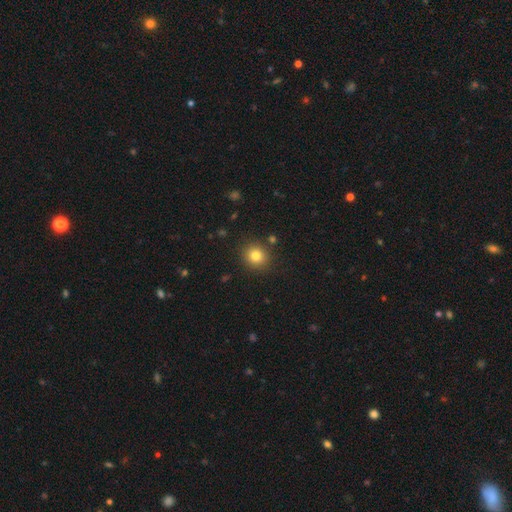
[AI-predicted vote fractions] Overall: smooth (81%). How rounded: round (86%). Merging: none (88%).